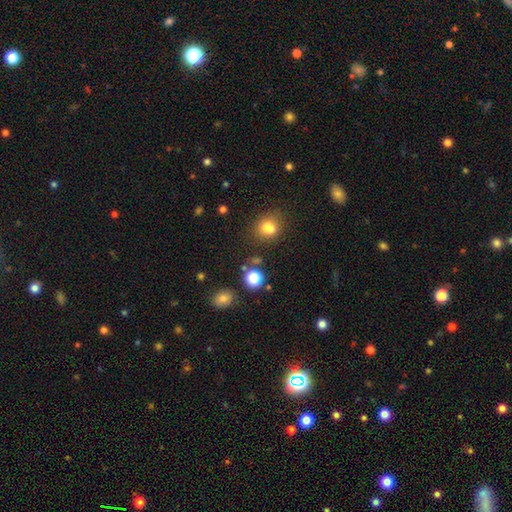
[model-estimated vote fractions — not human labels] Smooth or featured: smooth — 52% (star or artifact — 41%)
How rounded: round — 80% (in between — 18%)
Merging: none — 80% (minor disturbance — 8%)